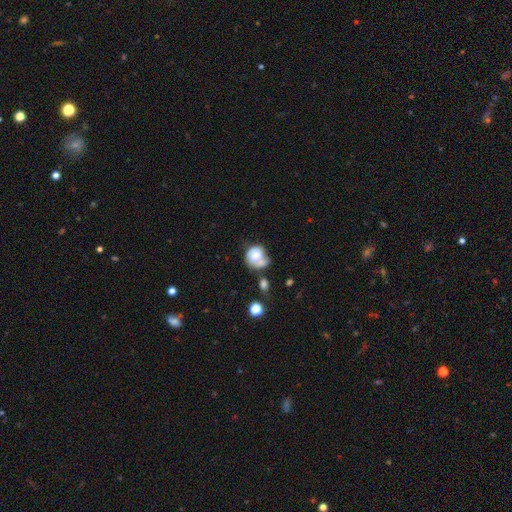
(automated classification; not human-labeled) smooth-or-featured: smooth: 58% | featured or disk: 34% | star or artifact: 9%
  how-rounded: round: 66% | in between: 33% | cigar-shaped: 1%
  merging: merger: 42% | none: 25% | minor disturbance: 18% | major disturbance: 15%